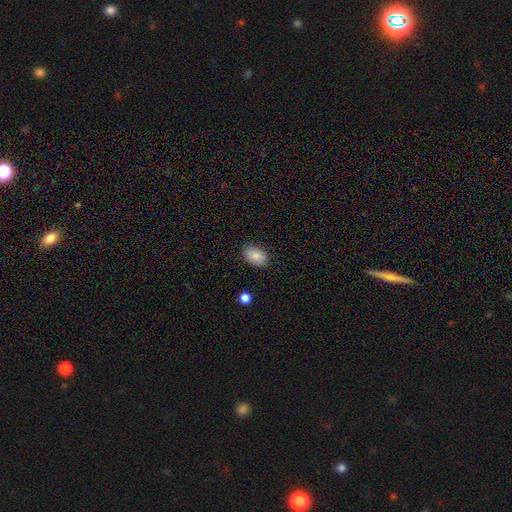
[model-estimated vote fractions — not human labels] Q: Smooth or featured?
A: smooth (85%); runner-up: star or artifact (8%)
Q: How rounded?
A: in between (87%); runner-up: round (11%)
Q: Merging?
A: none (82%); runner-up: minor disturbance (14%)